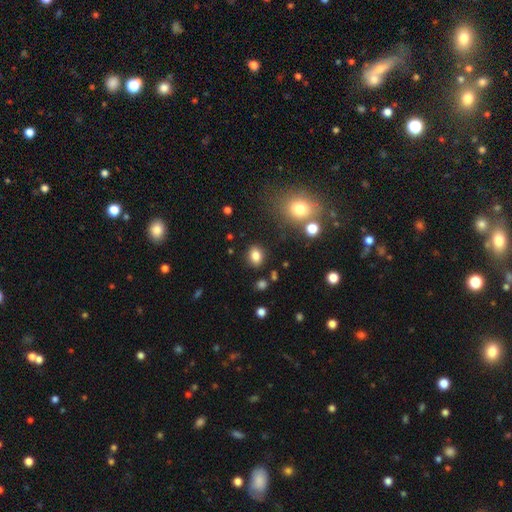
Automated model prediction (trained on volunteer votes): A smooth galaxy with no disk features (83%) that is in between round and cigar-shaped (59%). Merging: none (85%).